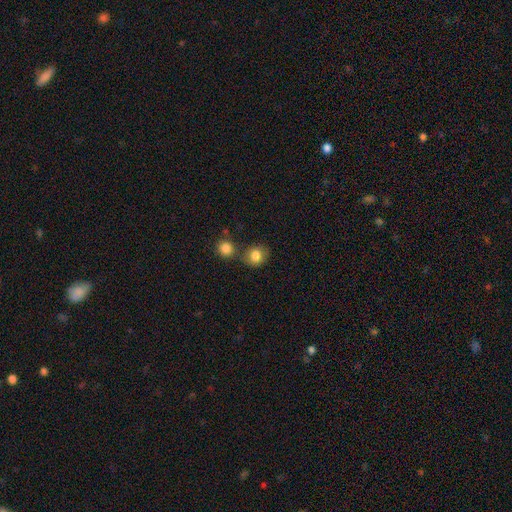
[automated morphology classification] type=smooth (83%); roundness=round (74%); merging=none (61%).